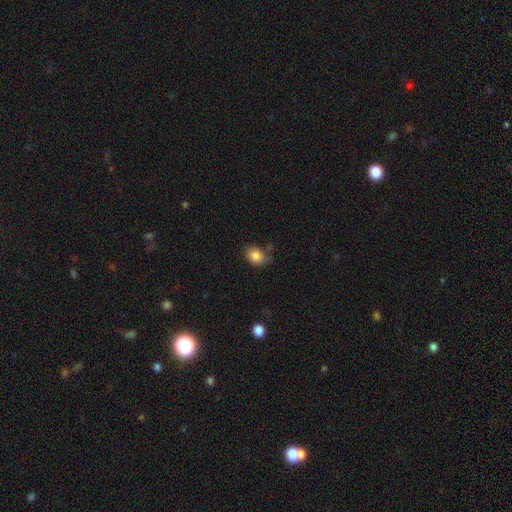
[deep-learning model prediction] Smooth or featured: smooth — 84% (star or artifact — 9%)
How rounded: in between — 67% (round — 32%)
Merging: none — 67% (minor disturbance — 23%)